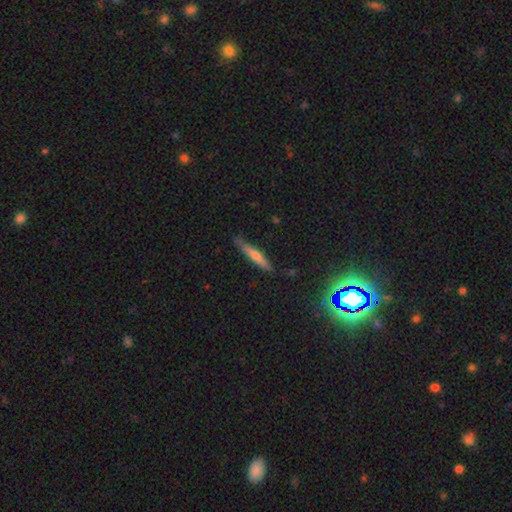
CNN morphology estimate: Q: Smooth or featured?
A: smooth (55%); runner-up: featured or disk (36%)
Q: How rounded?
A: cigar-shaped (92%); runner-up: in between (6%)
Q: Merging?
A: none (82%); runner-up: minor disturbance (14%)